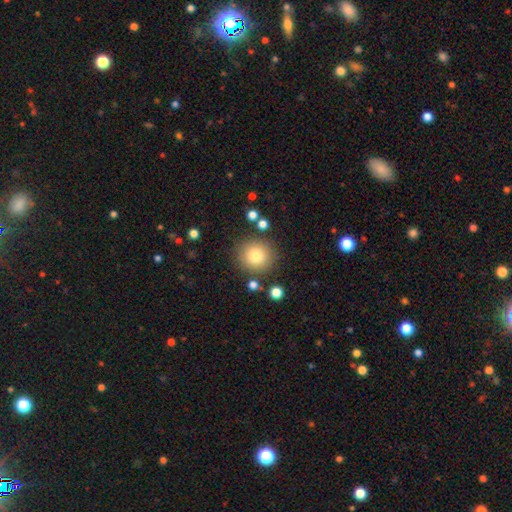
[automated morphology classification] Smooth or featured? Predicted: smooth (p=0.79). How rounded? Predicted: round (p=0.92). Merging? Predicted: none (p=0.85).